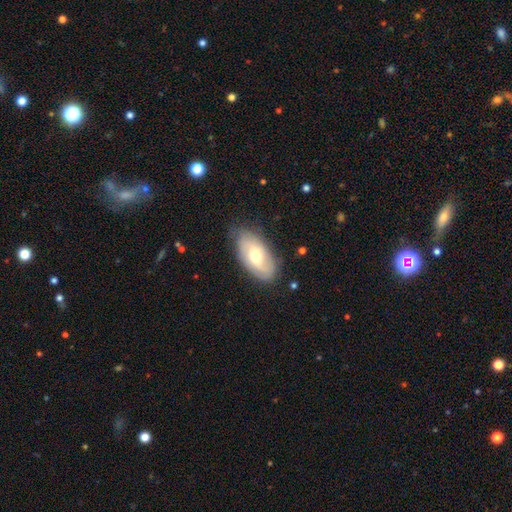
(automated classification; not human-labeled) Morphology: type=smooth (49%); merging=none (74%).